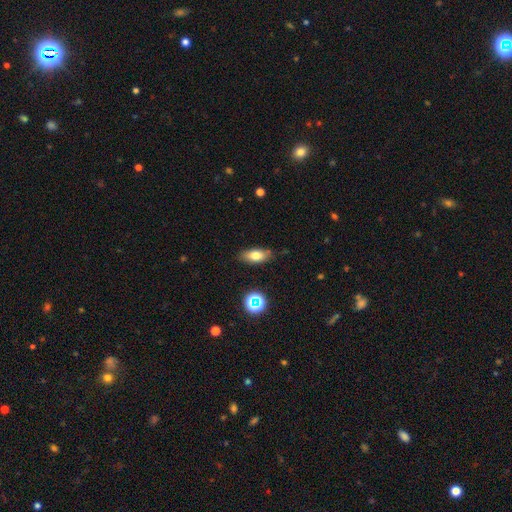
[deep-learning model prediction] smooth_or_featured: smooth (p=0.74) [alt: featured or disk p=0.16]
how_rounded: in between (p=0.81) [alt: cigar-shaped p=0.13]
merging: none (p=0.82) [alt: minor disturbance p=0.13]